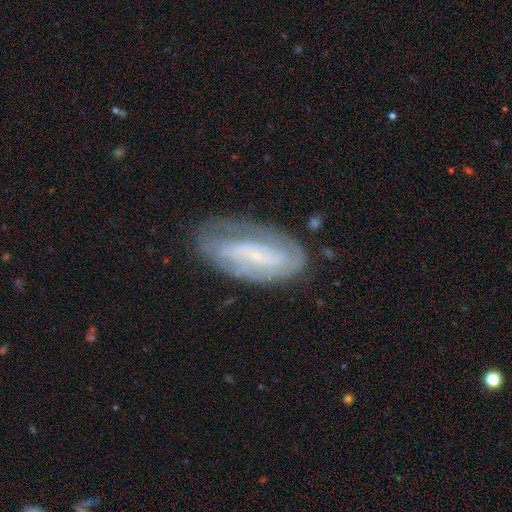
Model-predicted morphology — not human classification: A featured or disk galaxy (74%) with no bar (42%), tight (55%) spiral arms (85%) and a small central bulge (77%). Merging: none (65%).